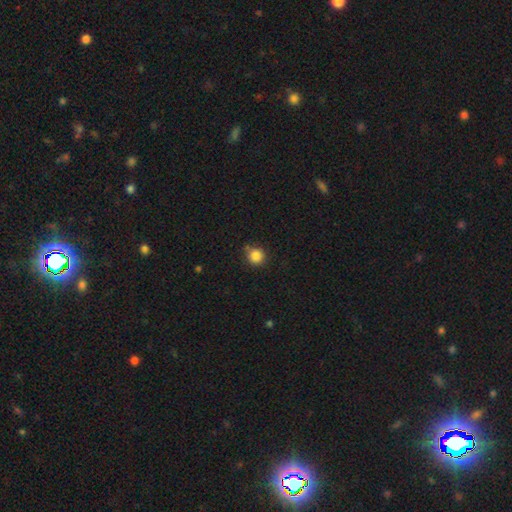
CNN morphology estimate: Q: Smooth or featured?
A: smooth (85%); runner-up: star or artifact (11%)
Q: How rounded?
A: round (93%); runner-up: in between (6%)
Q: Merging?
A: none (77%); runner-up: minor disturbance (15%)